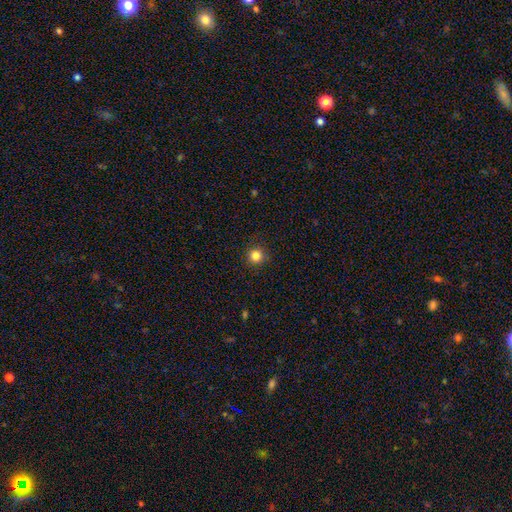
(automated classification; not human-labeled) A smooth galaxy with no disk features (83%) that is round (94%).

Vote fractions:
- Smooth or featured? smooth: 83% / star or artifact: 12% / featured or disk: 4%
- How rounded? round: 94% / in between: 5% / cigar-shaped: 1%
- Merging? none: 90% / minor disturbance: 7% / major disturbance: 2% / merger: 1%